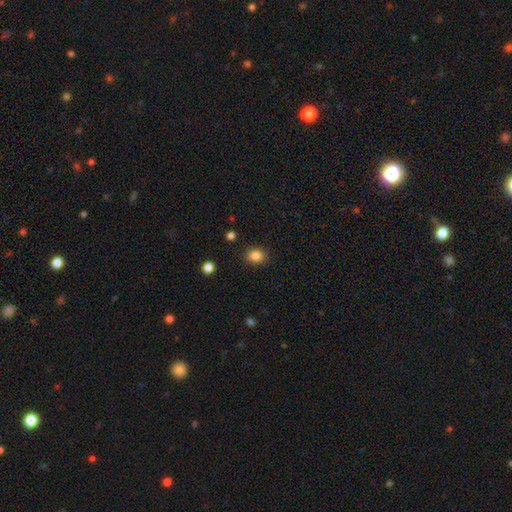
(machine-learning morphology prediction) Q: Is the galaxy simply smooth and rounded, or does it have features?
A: smooth — 85%.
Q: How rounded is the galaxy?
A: round — 54%.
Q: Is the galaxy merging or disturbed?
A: none — 88%.